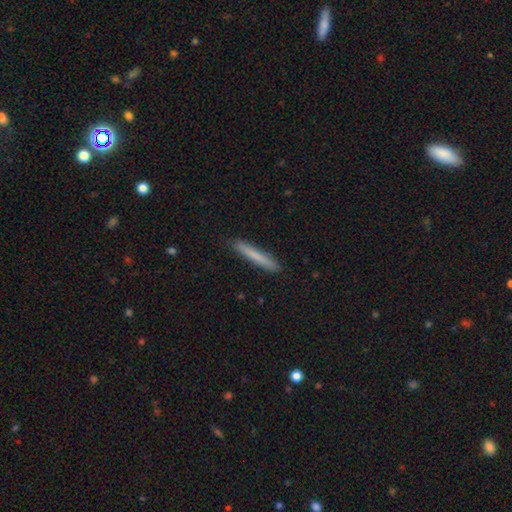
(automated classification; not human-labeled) smooth 76%, featured or disk 18%, star or artifact 6%. Down the decision tree: how rounded — cigar-shaped (96%); merging — none (90%).